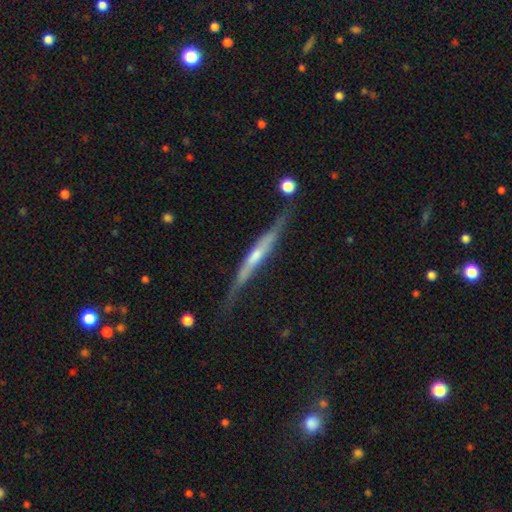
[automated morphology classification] featured or disk 69%, smooth 25%, star or artifact 6%. Down the decision tree: edge-on disk — yes (93%); edge-on bulge — none (44%); merging — none (70%).